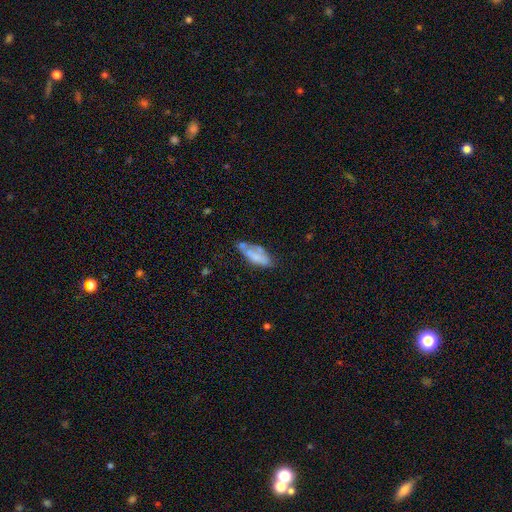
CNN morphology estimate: Smooth or featured? smooth (56%)
How rounded? in between (74%)
Merging? none (42%)